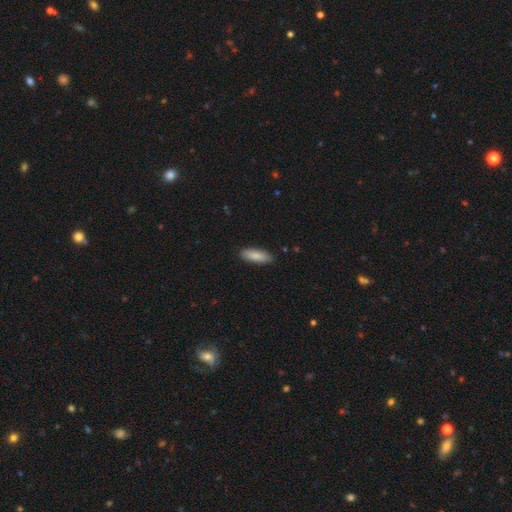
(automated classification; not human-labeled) Overall: smooth (85%). How rounded: in between (59%; cigar-shaped 39%). Merging: none (89%).